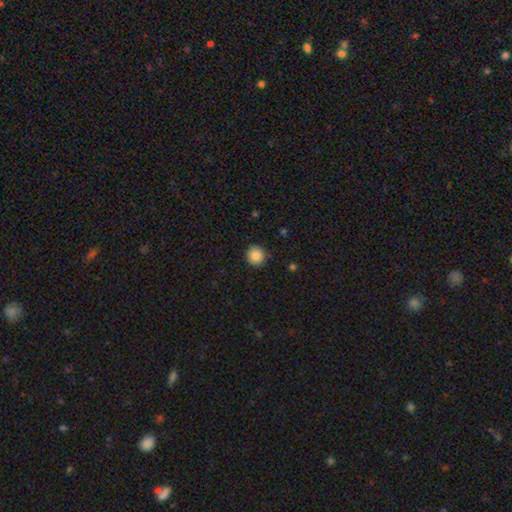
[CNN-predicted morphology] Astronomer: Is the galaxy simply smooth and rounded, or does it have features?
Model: smooth — 87%.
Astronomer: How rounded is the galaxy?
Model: round — 92%.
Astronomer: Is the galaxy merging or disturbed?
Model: none — 89%.